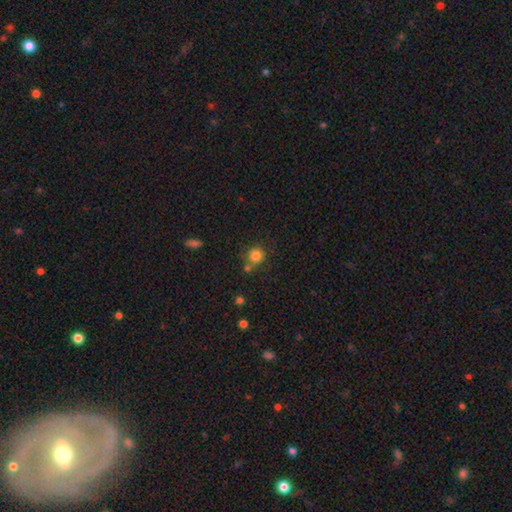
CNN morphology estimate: The model was most divided on "merging": none: 66%, merger: 18%, minor disturbance: 12%, major disturbance: 4%. More confident: how rounded — round (89%); smooth or featured — smooth (82%).